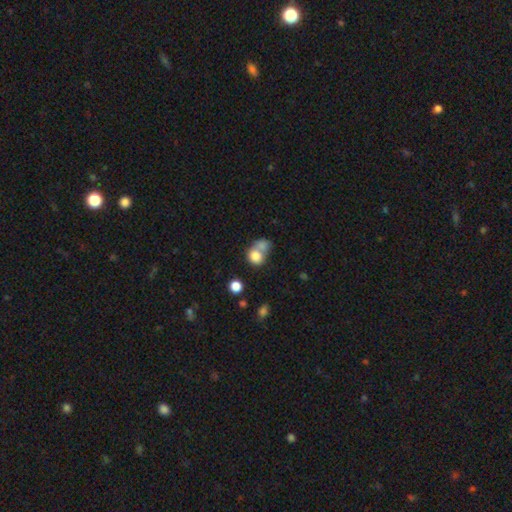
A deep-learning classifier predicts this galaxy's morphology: Q: Smooth or featured?
A: smooth (80%); runner-up: featured or disk (11%)
Q: How rounded?
A: round (65%); runner-up: in between (34%)
Q: Merging?
A: merger (57%); runner-up: none (29%)